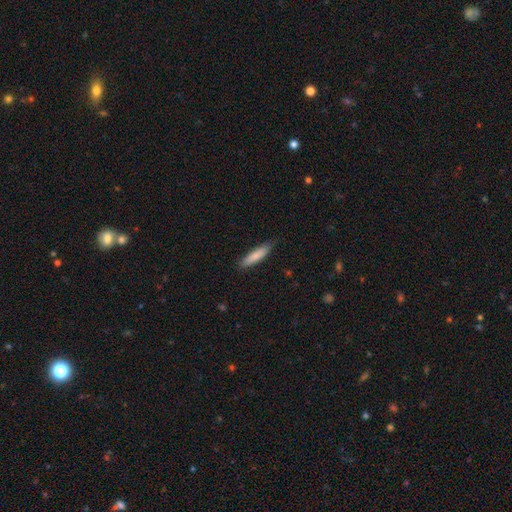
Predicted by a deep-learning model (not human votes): A smooth galaxy with no disk features (81%) that is cigar-shaped (78%).

Vote fractions:
- Smooth or featured? smooth: 81% / featured or disk: 13% / star or artifact: 6%
- How rounded? cigar-shaped: 78% / in between: 21% / round: 1%
- Merging? none: 84% / minor disturbance: 13% / major disturbance: 2% / merger: 1%